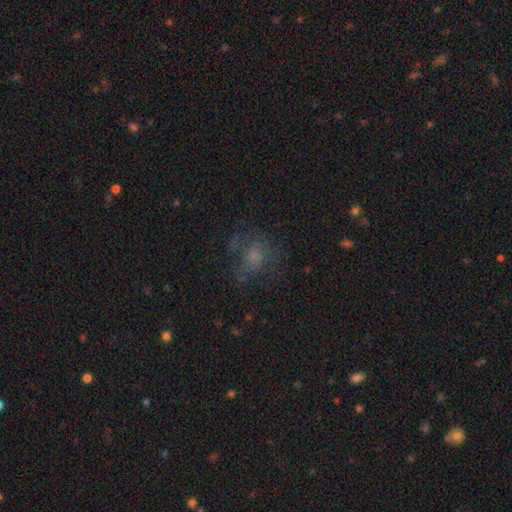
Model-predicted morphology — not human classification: The model was most divided on "smooth or featured": smooth: 51%, featured or disk: 26%, star or artifact: 22%. More confident: how rounded — round (71%); merging — none (57%).